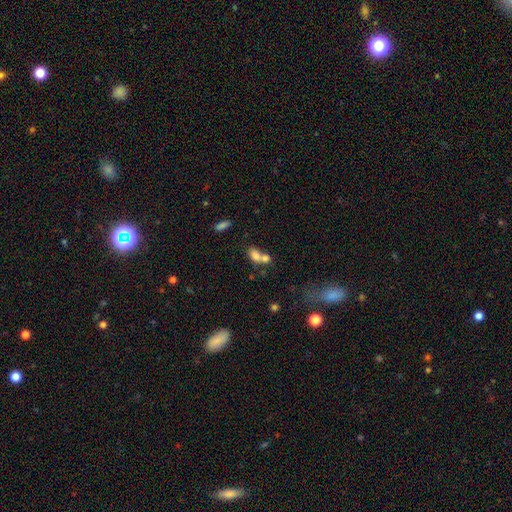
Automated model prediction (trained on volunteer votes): A smooth galaxy with no disk features (74%) that is in between round and cigar-shaped (73%).

Vote fractions:
- Smooth or featured? smooth: 74% / featured or disk: 15% / star or artifact: 11%
- How rounded? in between: 73% / round: 23% / cigar-shaped: 4%
- Merging? merger: 63% / none: 25% / minor disturbance: 8% / major disturbance: 5%